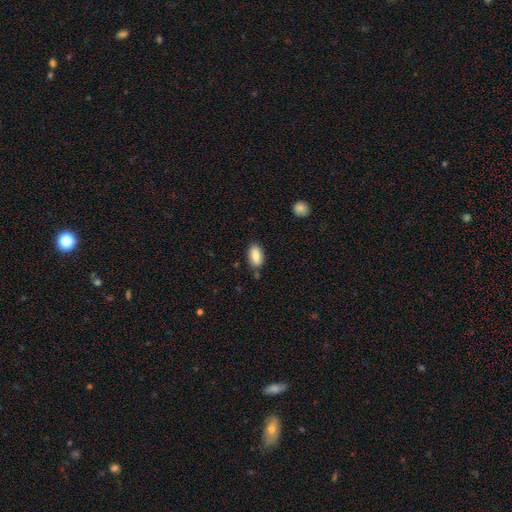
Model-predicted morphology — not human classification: Smooth or featured? smooth (83%)
How rounded? in between (91%)
Merging? none (80%)